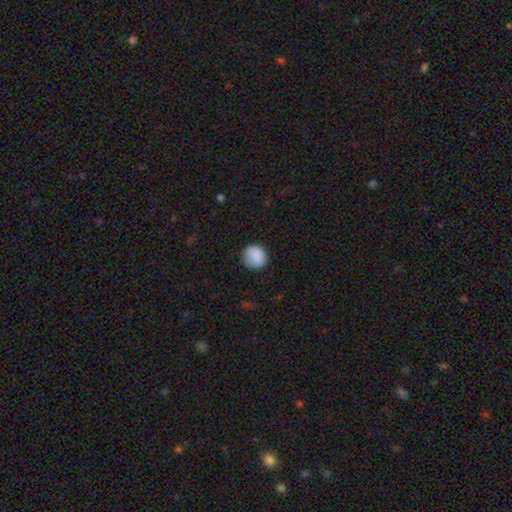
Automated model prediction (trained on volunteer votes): smooth-or-featured: smooth: 88% | star or artifact: 8% | featured or disk: 5%
  how-rounded: round: 88% | in between: 12% | cigar-shaped: 1%
  merging: none: 84% | minor disturbance: 12% | major disturbance: 3% | merger: 1%